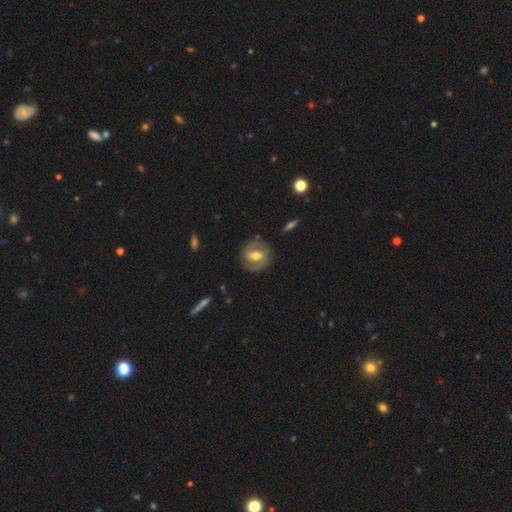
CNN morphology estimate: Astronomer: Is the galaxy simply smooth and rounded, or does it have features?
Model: featured or disk — 78%.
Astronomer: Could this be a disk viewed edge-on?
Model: no — 96%.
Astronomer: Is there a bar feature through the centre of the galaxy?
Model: weak — 44% (runner-up: strong, 38%).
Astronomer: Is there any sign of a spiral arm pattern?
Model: yes — 88%.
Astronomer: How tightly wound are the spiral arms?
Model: medium — 47% (runner-up: tight, 34%).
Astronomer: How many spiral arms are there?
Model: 2 — 85%.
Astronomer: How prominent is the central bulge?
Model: moderate — 70%.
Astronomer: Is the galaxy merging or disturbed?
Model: none — 80%.